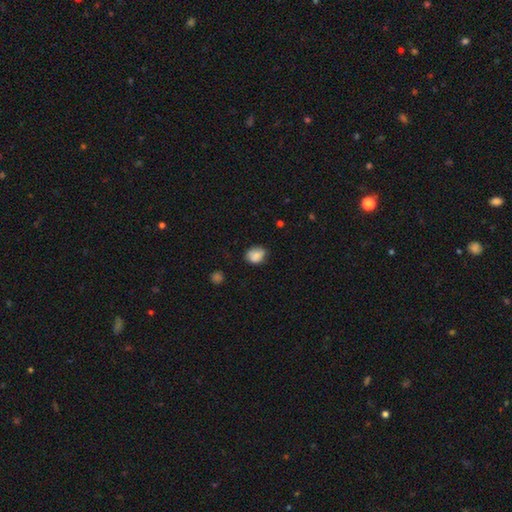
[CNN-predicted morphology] type=smooth (82%); roundness=in between (53%); merging=none (65%).